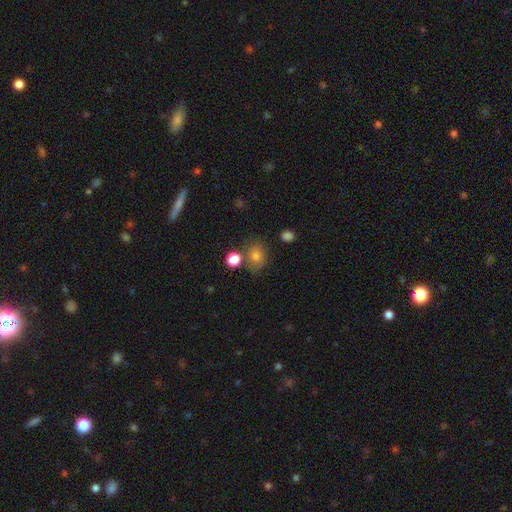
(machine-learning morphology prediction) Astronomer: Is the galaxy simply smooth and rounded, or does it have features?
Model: smooth — 76%.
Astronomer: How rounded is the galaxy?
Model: round — 54% (runner-up: in between, 45%).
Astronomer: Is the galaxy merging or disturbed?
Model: none — 69%.